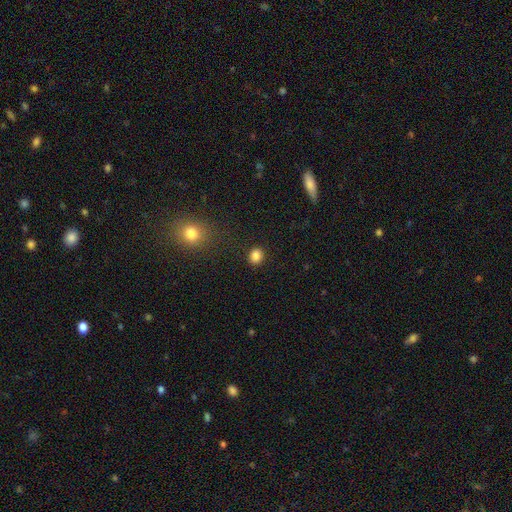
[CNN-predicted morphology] Q: Smooth or featured?
A: smooth (85%); runner-up: star or artifact (11%)
Q: How rounded?
A: round (54%); runner-up: in between (45%)
Q: Merging?
A: none (87%); runner-up: minor disturbance (8%)